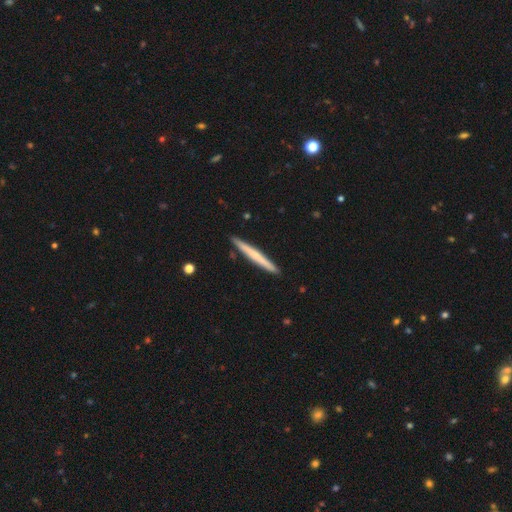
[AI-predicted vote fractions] A smooth galaxy with no disk features (54%) that is cigar-shaped (97%).

Vote fractions:
- Smooth or featured? smooth: 54% / featured or disk: 41% / star or artifact: 5%
- How rounded? cigar-shaped: 97% / in between: 2% / round: 1%
- Merging? none: 91% / minor disturbance: 6% / merger: 1% / major disturbance: 1%